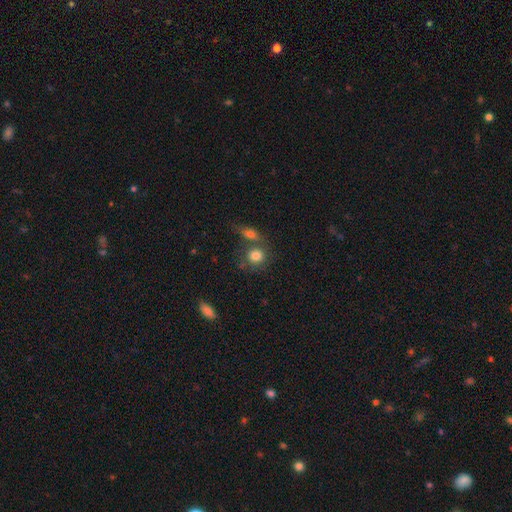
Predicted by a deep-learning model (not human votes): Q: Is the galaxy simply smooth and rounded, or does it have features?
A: smooth — 80%.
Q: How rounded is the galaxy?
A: round — 66%.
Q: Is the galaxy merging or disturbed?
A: none — 49%.